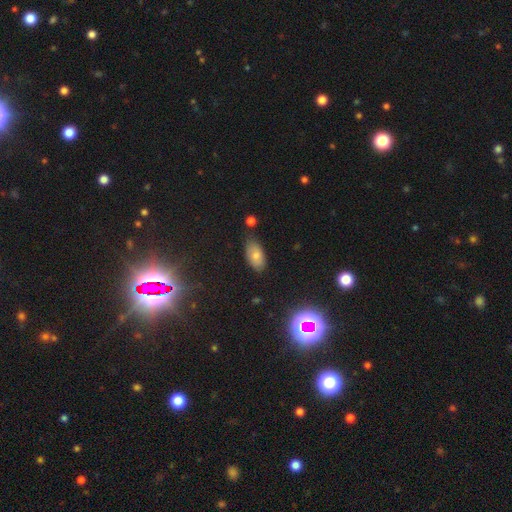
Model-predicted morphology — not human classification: A smooth galaxy with no disk features (75%) that is in between round and cigar-shaped (92%).

Vote fractions:
- Smooth or featured? smooth: 75% / featured or disk: 13% / star or artifact: 13%
- How rounded? in between: 92% / round: 4% / cigar-shaped: 3%
- Merging? none: 75% / minor disturbance: 18% / major disturbance: 4% / merger: 3%